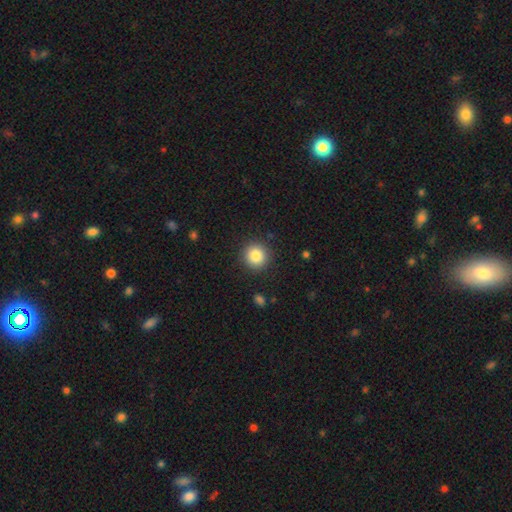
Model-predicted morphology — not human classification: smooth_or_featured: smooth (p=0.85) [alt: star or artifact p=0.10]
how_rounded: round (p=0.93) [alt: in between p=0.06]
merging: none (p=0.90) [alt: minor disturbance p=0.06]